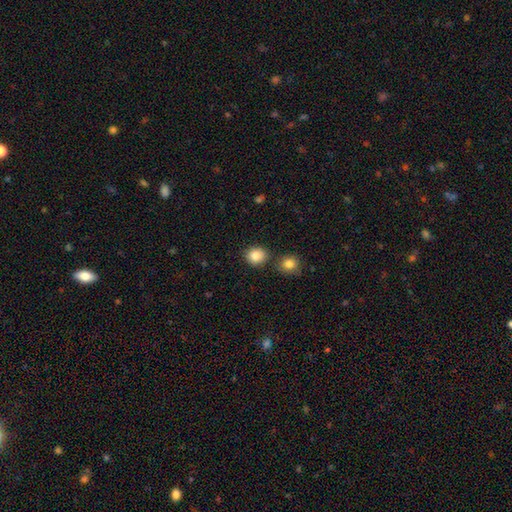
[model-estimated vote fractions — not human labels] Smooth or featured? smooth (86%)
How rounded? round (78%)
Merging? none (79%)